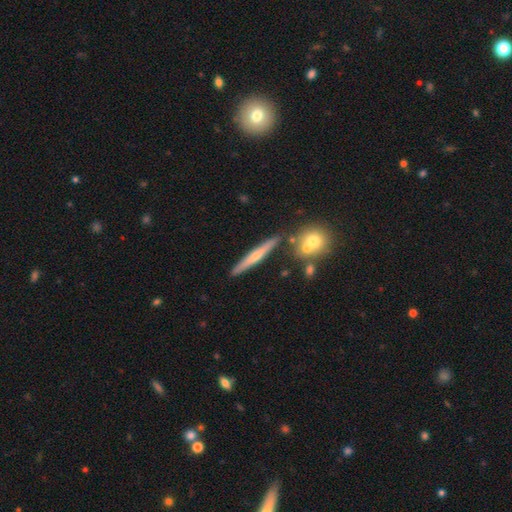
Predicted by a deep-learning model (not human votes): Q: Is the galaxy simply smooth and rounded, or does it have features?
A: featured or disk — 70%.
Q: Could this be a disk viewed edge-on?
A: yes — 95%.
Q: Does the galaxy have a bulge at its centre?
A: rounded — 78%.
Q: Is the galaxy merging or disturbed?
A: none — 81%.